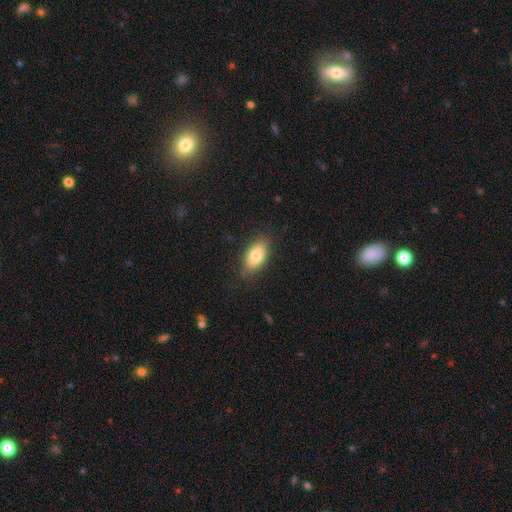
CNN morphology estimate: smooth 81%, featured or disk 12%, star or artifact 7%. Down the decision tree: how rounded — in between (91%); merging — none (82%).